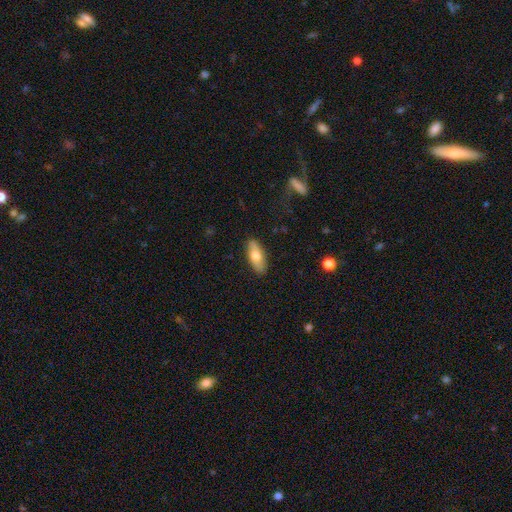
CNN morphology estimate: A smooth galaxy with no disk features (70%) that is in between round and cigar-shaped (78%).

Vote fractions:
- Smooth or featured? smooth: 70% / featured or disk: 24% / star or artifact: 6%
- How rounded? in between: 78% / cigar-shaped: 19% / round: 3%
- Merging? none: 86% / minor disturbance: 11% / major disturbance: 2% / merger: 1%